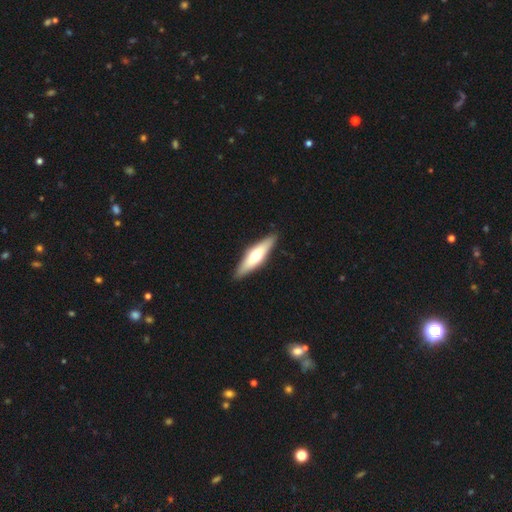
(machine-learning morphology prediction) A smooth galaxy with no disk features (51%) that is cigar-shaped (70%).

Vote fractions:
- Smooth or featured? smooth: 51% / featured or disk: 44% / star or artifact: 5%
- How rounded? cigar-shaped: 70% / in between: 28% / round: 2%
- Merging? none: 89% / minor disturbance: 8% / major disturbance: 2% / merger: 1%